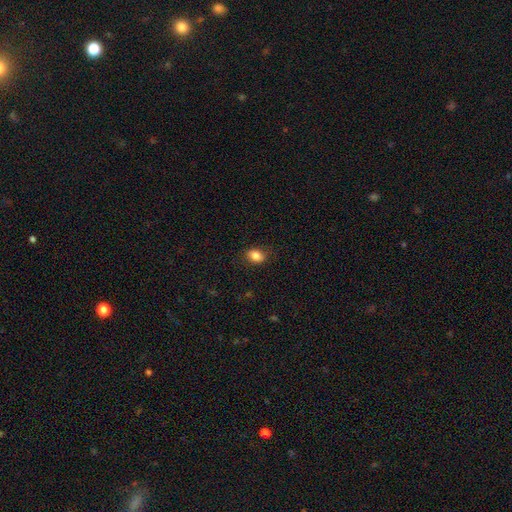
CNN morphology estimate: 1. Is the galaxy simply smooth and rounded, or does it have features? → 85% smooth, 9% star or artifact, 6% featured or disk.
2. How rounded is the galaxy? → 75% in between, 23% round, 1% cigar-shaped.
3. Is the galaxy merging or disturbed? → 84% none, 12% minor disturbance, 3% major disturbance, 1% merger.